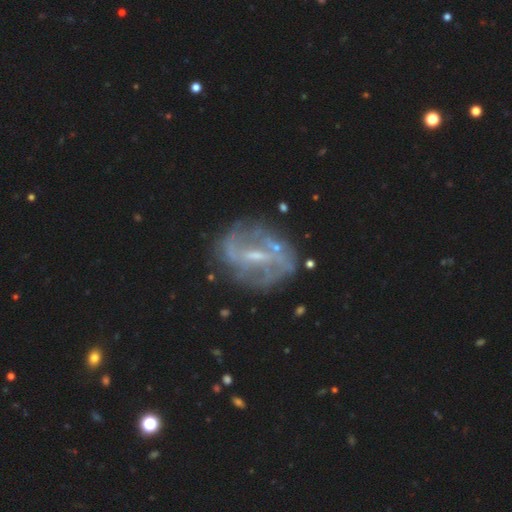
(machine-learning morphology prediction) Q: Smooth or featured?
A: featured or disk (79%); runner-up: smooth (11%)
Q: Edge-on disk?
A: no (96%); runner-up: yes (4%)
Q: Bar?
A: weak (48%); runner-up: strong (36%)
Q: Spiral arms?
A: yes (74%); runner-up: no (26%)
Q: Spiral winding?
A: loose (40%); runner-up: medium (36%)
Q: Spiral arm count?
A: 2 (56%); runner-up: can't tell (27%)
Q: Bulge size?
A: small (57%); runner-up: moderate (25%)
Q: Merging?
A: none (67%); runner-up: minor disturbance (18%)